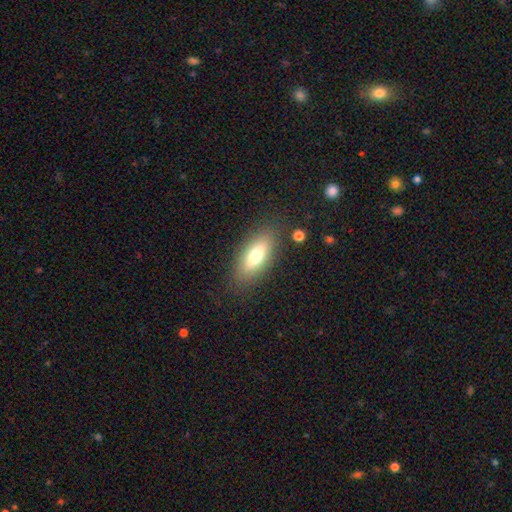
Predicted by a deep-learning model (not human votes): A smooth galaxy with no disk features (71%) that is in between round and cigar-shaped (77%).

Vote fractions:
- Smooth or featured? smooth: 71% / featured or disk: 21% / star or artifact: 8%
- How rounded? in between: 77% / cigar-shaped: 20% / round: 3%
- Merging? none: 83% / minor disturbance: 11% / major disturbance: 4% / merger: 2%